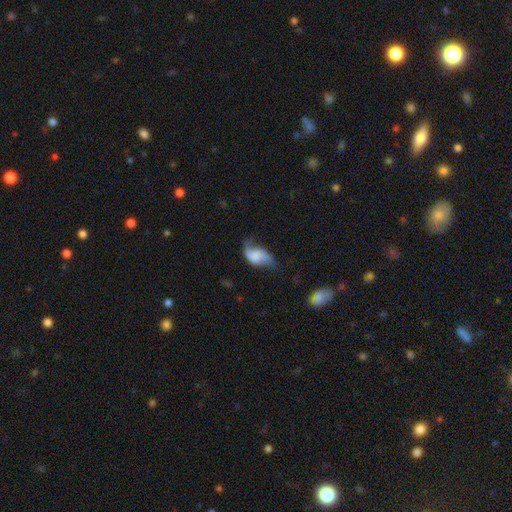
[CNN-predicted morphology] smooth 47%, featured or disk 45%, star or artifact 9%. Down the decision tree: merging — none (36%).